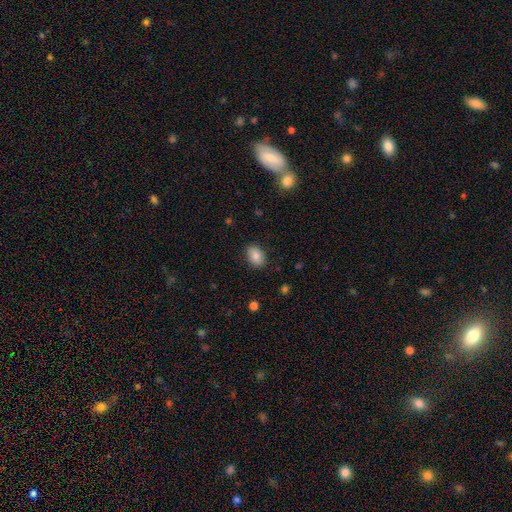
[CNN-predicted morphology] A smooth galaxy with no disk features (84%) that is in between round and cigar-shaped (82%). Merging: none (86%).